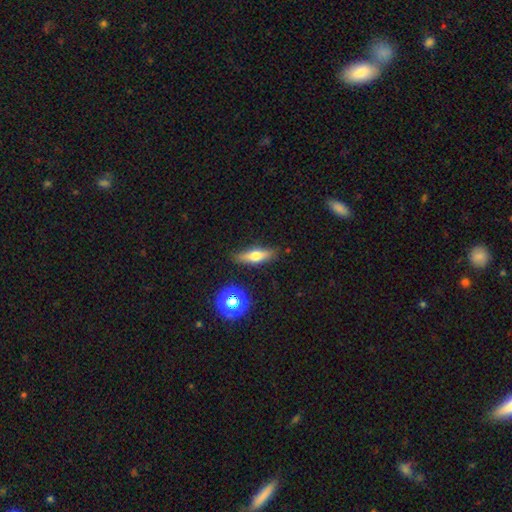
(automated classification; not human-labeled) This is possibly a smooth galaxy (54%). How rounded: possibly cigar-shaped (54%). Merging: clearly none (85%).